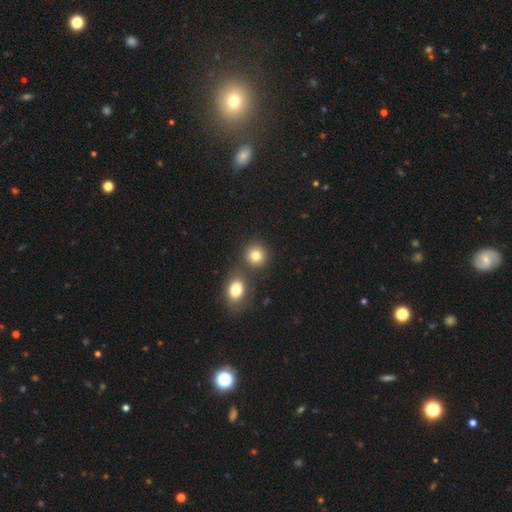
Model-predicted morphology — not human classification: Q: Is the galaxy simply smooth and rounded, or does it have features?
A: smooth — 80%.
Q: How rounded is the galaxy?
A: round — 86%.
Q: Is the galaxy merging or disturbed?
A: none — 69%.